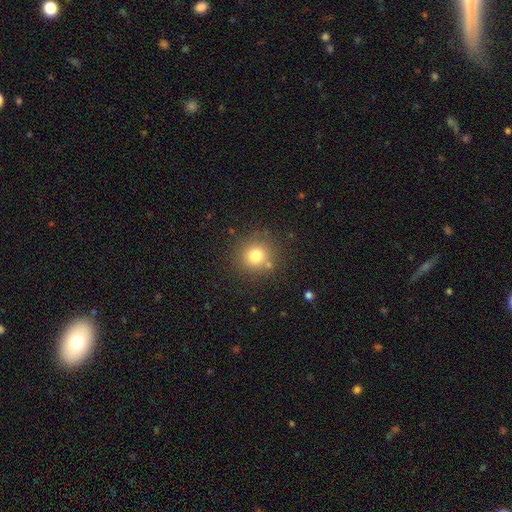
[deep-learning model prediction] Smooth or featured? Predicted: smooth (p=0.76). How rounded? Predicted: round (p=0.91). Merging? Predicted: none (p=0.81).